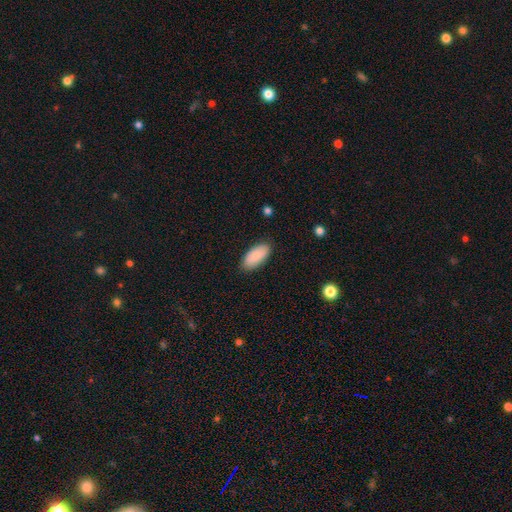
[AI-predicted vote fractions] This appears to be a smooth galaxy with no disk features (88%) that is in between round and cigar-shaped (93%). Merging: none (87%).